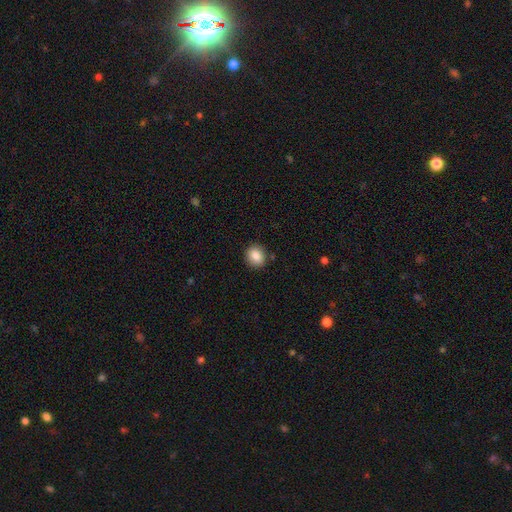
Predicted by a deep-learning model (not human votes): Overall: smooth (86%). How rounded: round (65%; in between 34%). Merging: none (87%).